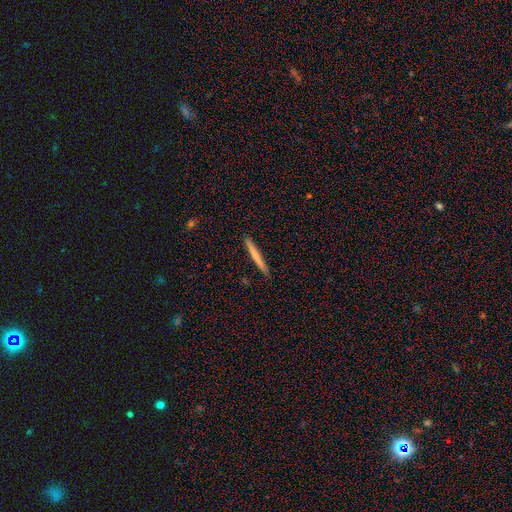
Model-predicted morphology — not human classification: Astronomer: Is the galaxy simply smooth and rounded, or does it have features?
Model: smooth — 55% (runner-up: featured or disk, 39%).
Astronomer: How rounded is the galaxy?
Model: cigar-shaped — 96%.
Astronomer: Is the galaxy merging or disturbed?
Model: none — 90%.